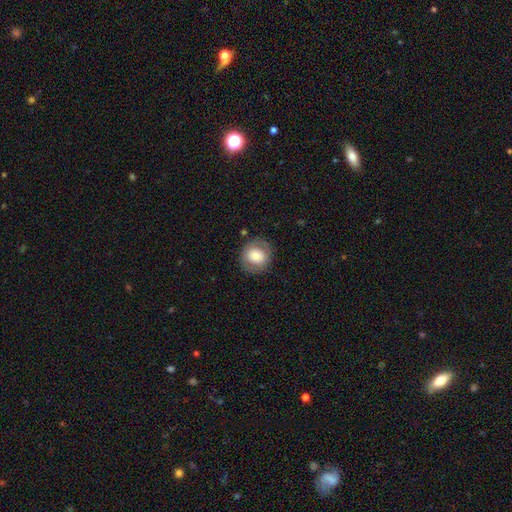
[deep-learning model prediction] Overall: smooth (66%; featured or disk 26%). How rounded: round (84%). Merging: none (81%).